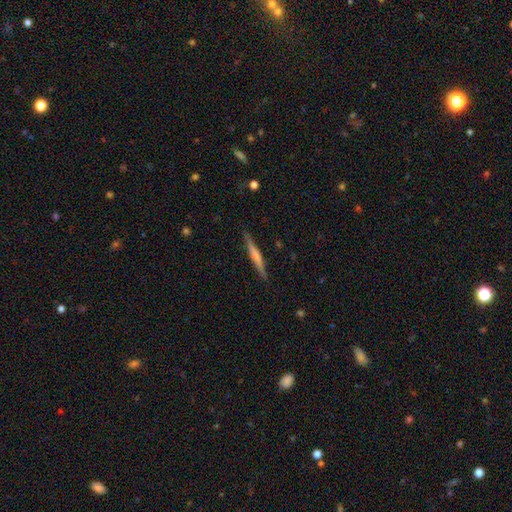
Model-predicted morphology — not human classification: Smooth or featured: featured or disk — 49% (smooth — 45%)
Merging: none — 89% (minor disturbance — 8%)